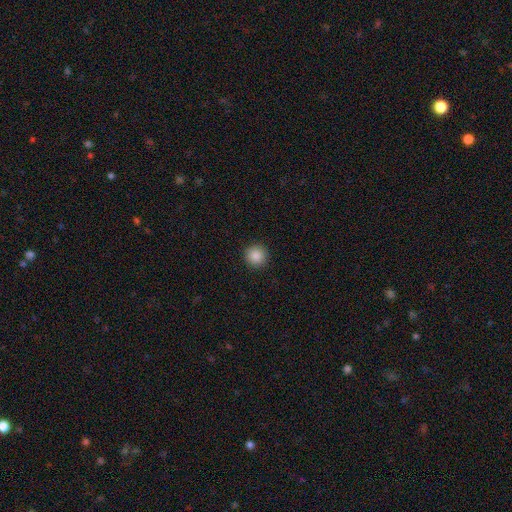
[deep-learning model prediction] A smooth galaxy with no disk features (87%) that is round (95%).

Vote fractions:
- Smooth or featured? smooth: 87% / star or artifact: 10% / featured or disk: 3%
- How rounded? round: 95% / in between: 4% / cigar-shaped: 1%
- Merging? none: 93% / minor disturbance: 4% / major disturbance: 2% / merger: 1%